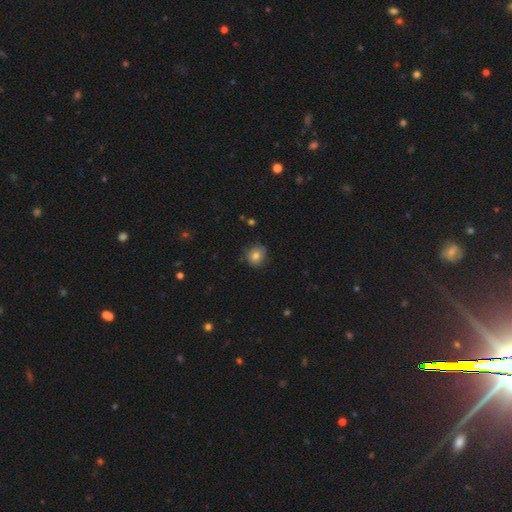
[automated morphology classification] Q: Smooth or featured?
A: smooth (76%); runner-up: featured or disk (13%)
Q: How rounded?
A: round (83%); runner-up: in between (16%)
Q: Merging?
A: none (78%); runner-up: minor disturbance (17%)